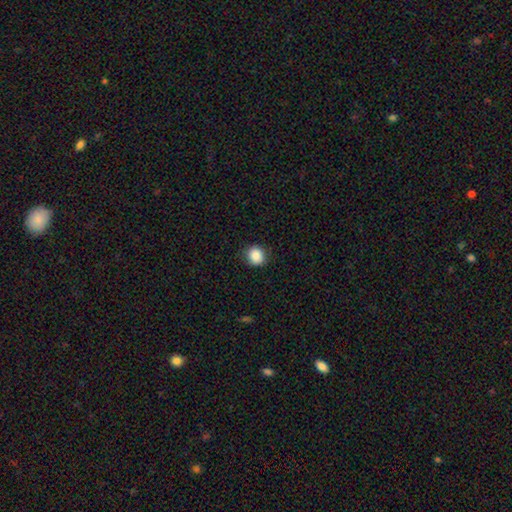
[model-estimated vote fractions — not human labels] This appears to be a smooth galaxy with no disk features (87%) that is round (85%). Merging: none (88%).